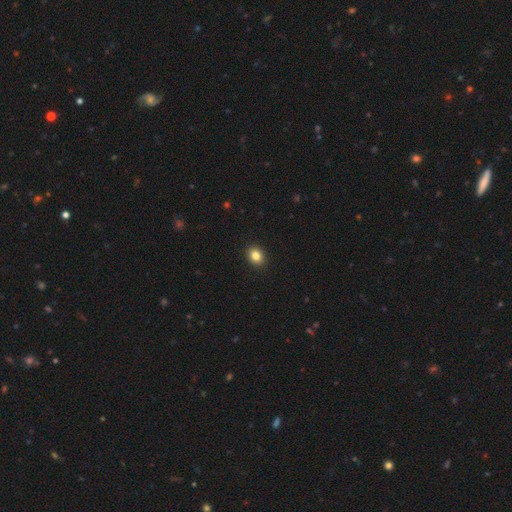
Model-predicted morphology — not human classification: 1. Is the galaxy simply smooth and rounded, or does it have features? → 84% smooth, 10% star or artifact, 6% featured or disk.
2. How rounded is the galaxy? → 51% in between, 48% round, 1% cigar-shaped.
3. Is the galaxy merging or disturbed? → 92% none, 6% minor disturbance, 2% major disturbance, 1% merger.